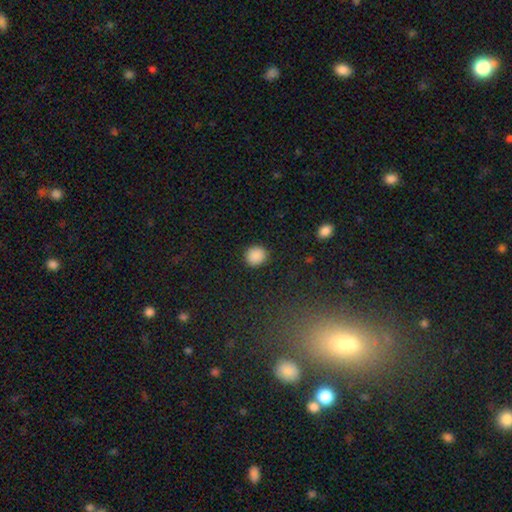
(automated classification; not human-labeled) Smooth or featured?
  - smooth: 89% *
  - star or artifact: 8%
  - featured or disk: 3%
How rounded?
  - round: 86% *
  - in between: 13%
  - cigar-shaped: 1%
Merging?
  - none: 90% *
  - minor disturbance: 7%
  - major disturbance: 2%
  - merger: 1%